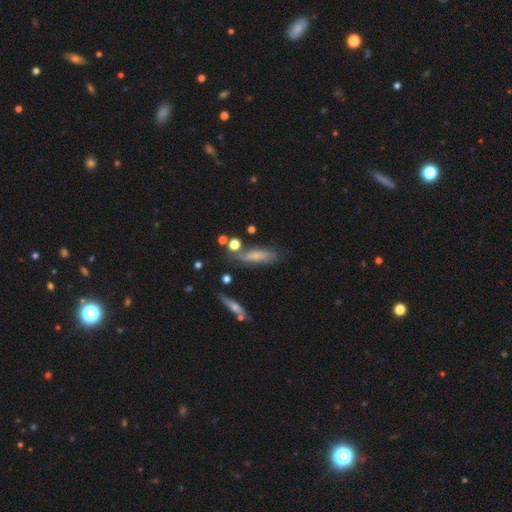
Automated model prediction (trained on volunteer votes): A smooth galaxy with no disk features (49%). Merging: none (56%).